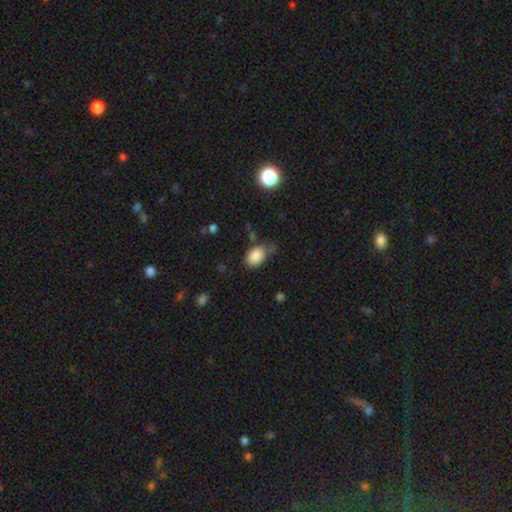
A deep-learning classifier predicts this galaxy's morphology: Overall: smooth (85%). How rounded: in between (79%). Merging: none (51%; minor disturbance 33%).